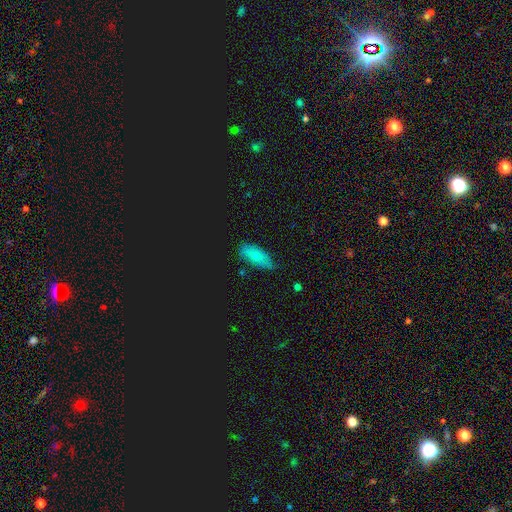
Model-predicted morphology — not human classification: Smooth or featured: smooth — 70% (featured or disk — 18%)
How rounded: in between — 82% (cigar-shaped — 15%)
Merging: none — 67% (minor disturbance — 26%)